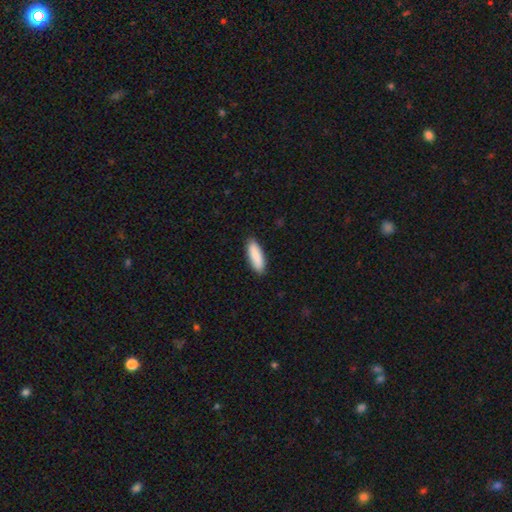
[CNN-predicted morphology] Smooth or featured? smooth (90%)
How rounded? in between (55%)
Merging? none (90%)